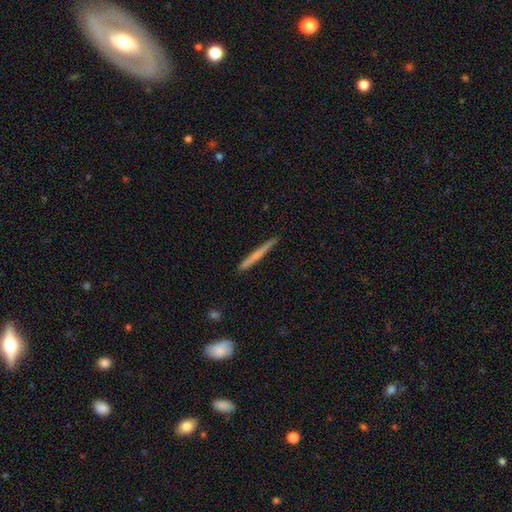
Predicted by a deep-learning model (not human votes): smooth-or-featured: smooth: 54% | featured or disk: 40% | star or artifact: 6%
  how-rounded: cigar-shaped: 97% | in between: 2% | round: 1%
  merging: none: 91% | minor disturbance: 7% | major disturbance: 1% | merger: 1%